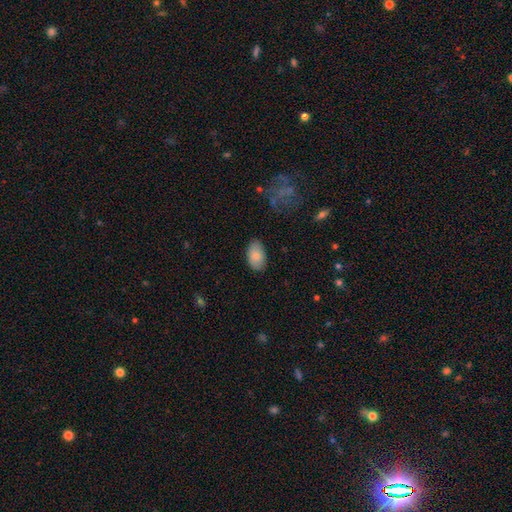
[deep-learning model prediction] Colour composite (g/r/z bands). It shows a smooth galaxy with no disk features (83%) that is in between round and cigar-shaped (93%). Merging: none (83%).